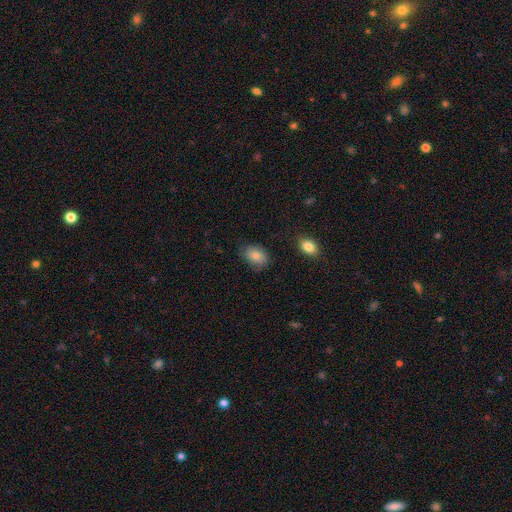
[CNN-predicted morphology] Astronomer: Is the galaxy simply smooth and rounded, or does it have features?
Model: smooth — 82%.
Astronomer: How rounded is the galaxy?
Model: in between — 81%.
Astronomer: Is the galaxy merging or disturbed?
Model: none — 73%.